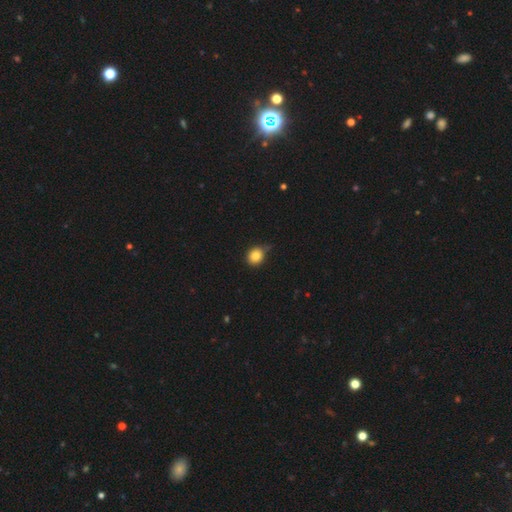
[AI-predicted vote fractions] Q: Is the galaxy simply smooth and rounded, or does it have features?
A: smooth — 83%.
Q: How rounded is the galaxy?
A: round — 77%.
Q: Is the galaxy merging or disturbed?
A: none — 67%.